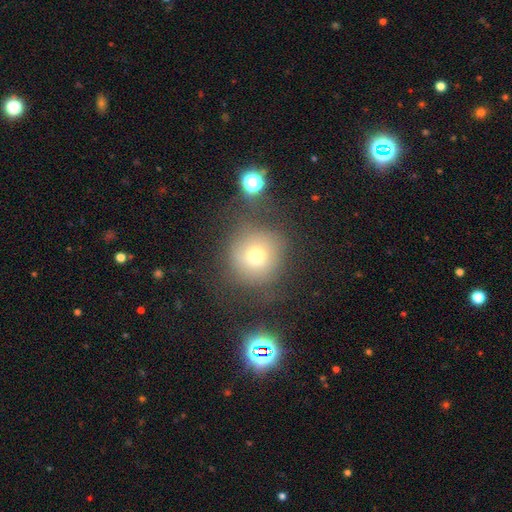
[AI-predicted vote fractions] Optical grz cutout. It shows a smooth galaxy with no disk features (68%) that is round (93%). Merging: none (67%).